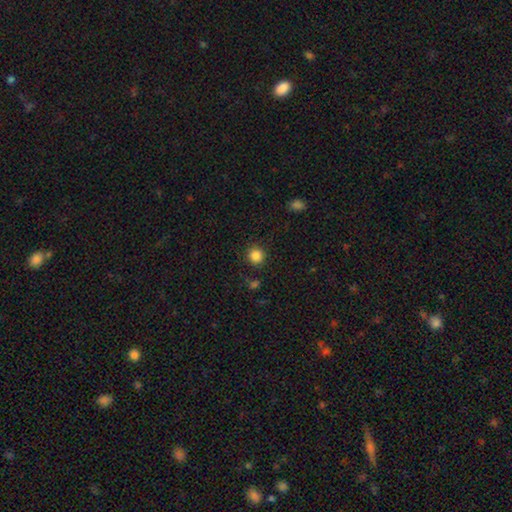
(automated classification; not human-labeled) Overall: smooth (85%). How rounded: round (93%). Merging: none (88%).